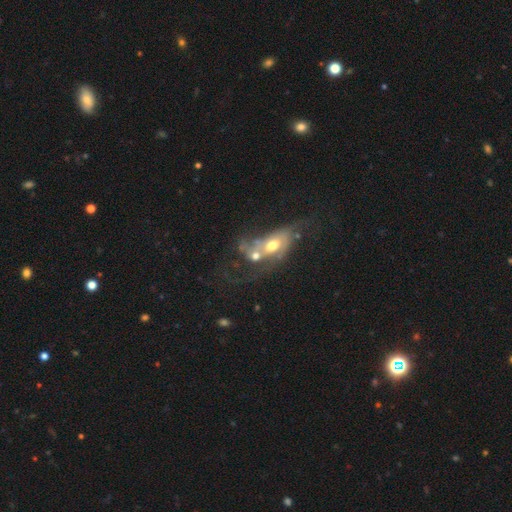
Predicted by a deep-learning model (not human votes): Q: Smooth or featured?
A: featured or disk (55%); runner-up: smooth (34%)
Q: Edge-on disk?
A: no (91%); runner-up: yes (9%)
Q: Bar?
A: no (77%); runner-up: weak (18%)
Q: Spiral arms?
A: no (59%); runner-up: yes (41%)
Q: Bulge size?
A: moderate (67%); runner-up: large (16%)
Q: Merging?
A: merger (45%); runner-up: major disturbance (26%)